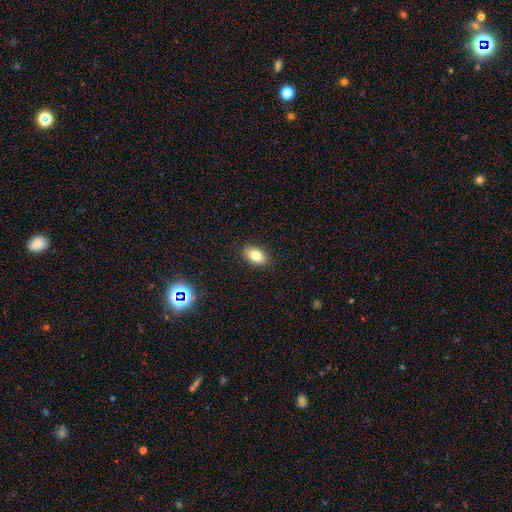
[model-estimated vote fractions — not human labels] Overall: smooth (80%). How rounded: in between (89%). Merging: none (89%).